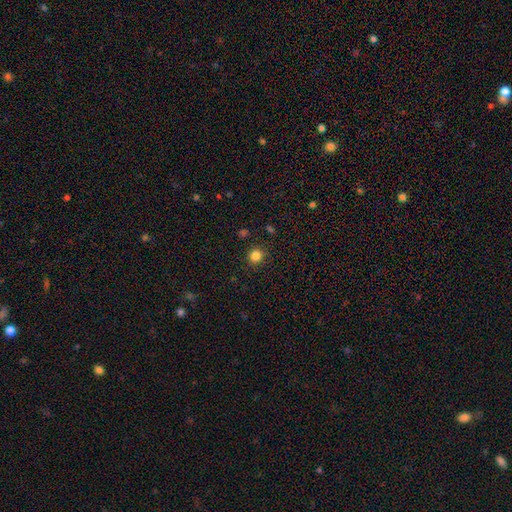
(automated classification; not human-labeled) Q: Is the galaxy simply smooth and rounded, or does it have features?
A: smooth — 84%.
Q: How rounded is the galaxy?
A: round — 90%.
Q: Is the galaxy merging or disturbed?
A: none — 89%.